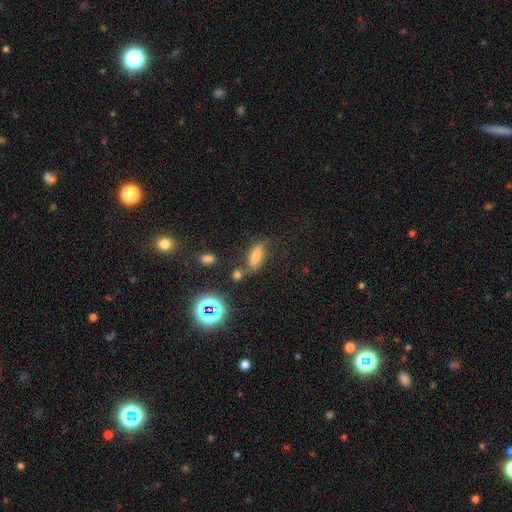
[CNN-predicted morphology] This appears to be a smooth galaxy with no disk features (61%) that is in between round and cigar-shaped (66%). Merging: none (59%).